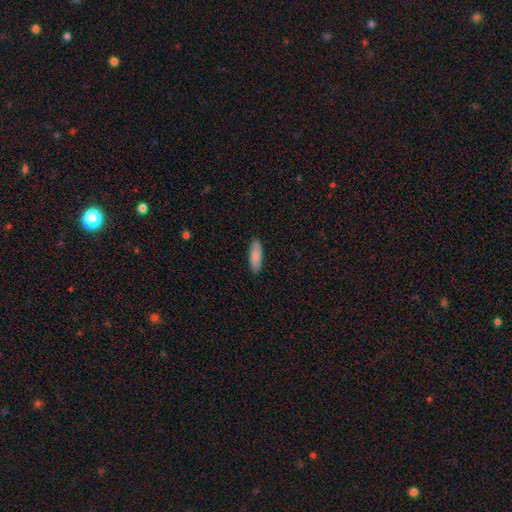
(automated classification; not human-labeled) The model was most divided on "how rounded": in between: 55%, cigar-shaped: 44%, round: 2%. More confident: merging — none (87%); smooth or featured — smooth (85%).